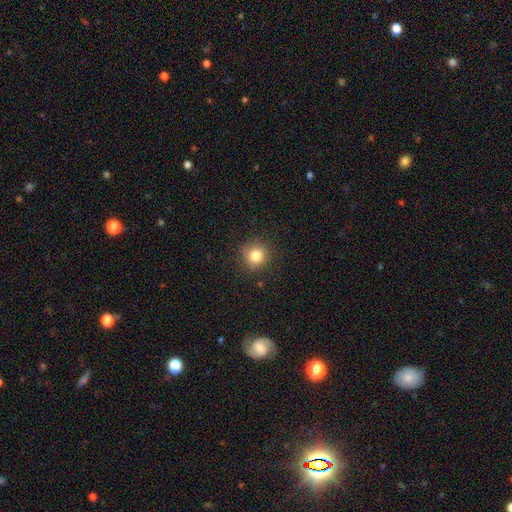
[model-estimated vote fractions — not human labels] Smooth or featured? smooth (82%)
How rounded? round (91%)
Merging? none (86%)